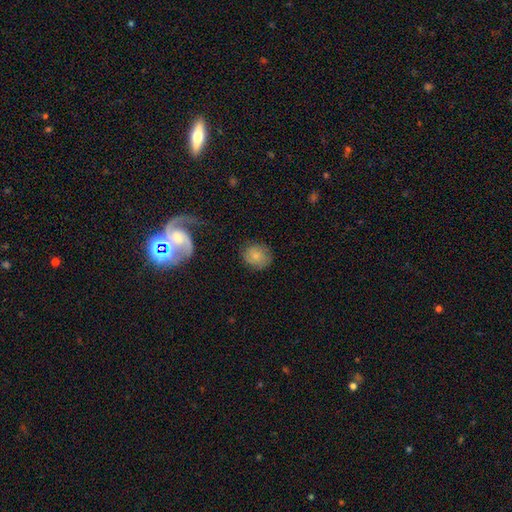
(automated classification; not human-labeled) Morphology: type=smooth (74%); roundness=round (70%); merging=none (76%).